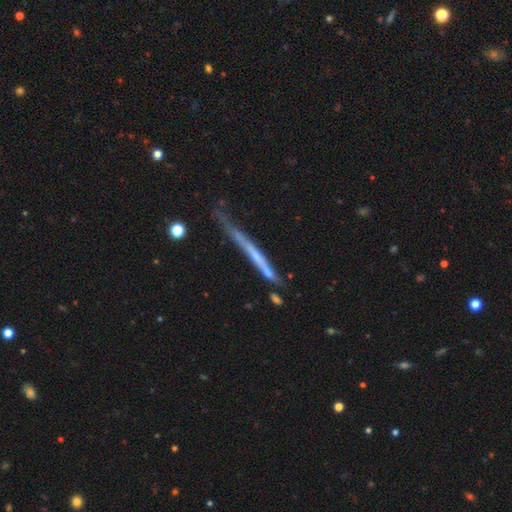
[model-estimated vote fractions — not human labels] Smooth or featured? featured or disk (59%)
Edge-on disk? yes (92%)
Edge-on bulge? none (79%)
Merging? none (52%)